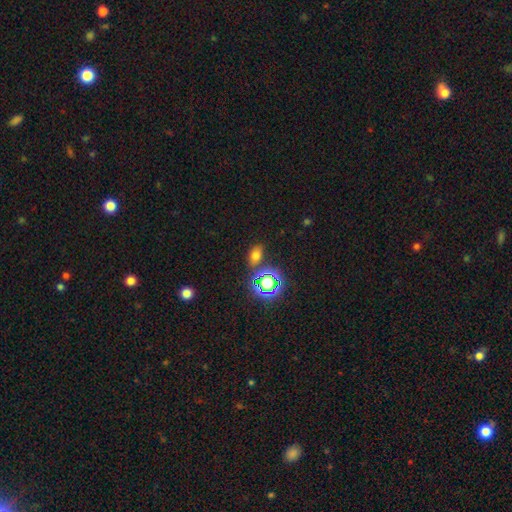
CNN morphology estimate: smooth 63%, star or artifact 29%, featured or disk 8%. Down the decision tree: how rounded — in between (79%); merging — none (78%).